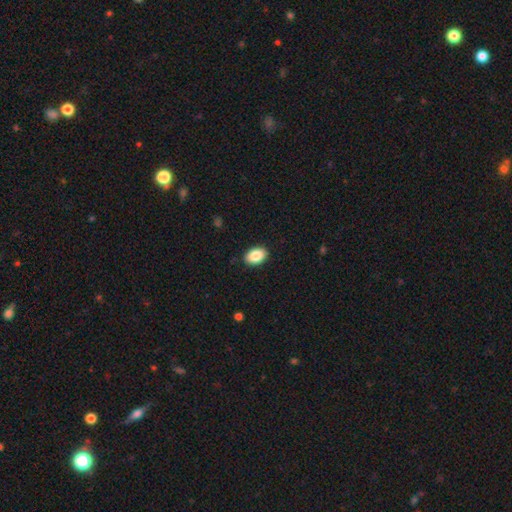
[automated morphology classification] Smooth or featured?
  - smooth: 88% *
  - star or artifact: 7%
  - featured or disk: 5%
How rounded?
  - in between: 88% *
  - round: 11%
  - cigar-shaped: 1%
Merging?
  - none: 89% *
  - minor disturbance: 8%
  - major disturbance: 2%
  - merger: 1%